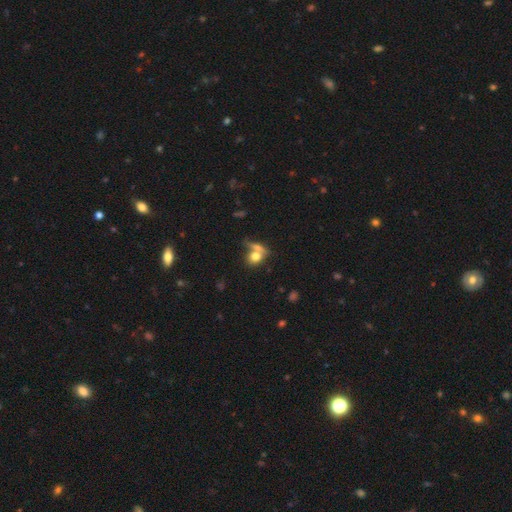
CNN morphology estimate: The model was most divided on "how rounded": round: 48%, in between: 47%, cigar-shaped: 4%. Remaining: smooth or featured — smooth (75%); merging — merger (47%).